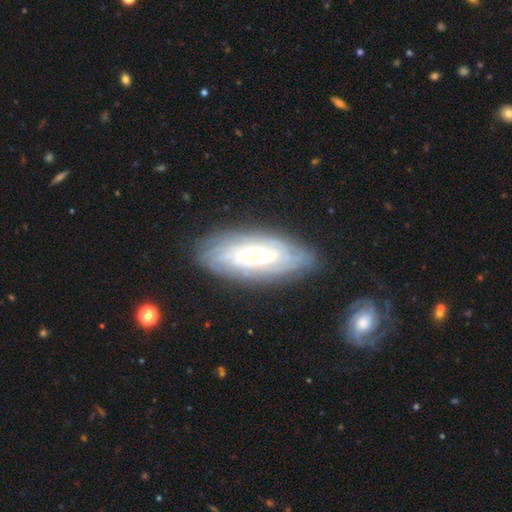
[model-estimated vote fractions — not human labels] Q: Smooth or featured?
A: featured or disk (77%); runner-up: smooth (16%)
Q: Edge-on disk?
A: no (87%); runner-up: yes (13%)
Q: Bar?
A: no (57%); runner-up: weak (32%)
Q: Spiral arms?
A: yes (91%); runner-up: no (9%)
Q: Spiral winding?
A: tight (77%); runner-up: medium (18%)
Q: Spiral arm count?
A: can't tell (55%); runner-up: more than 4 (12%)
Q: Bulge size?
A: small (50%); runner-up: moderate (44%)
Q: Merging?
A: none (82%); runner-up: minor disturbance (13%)